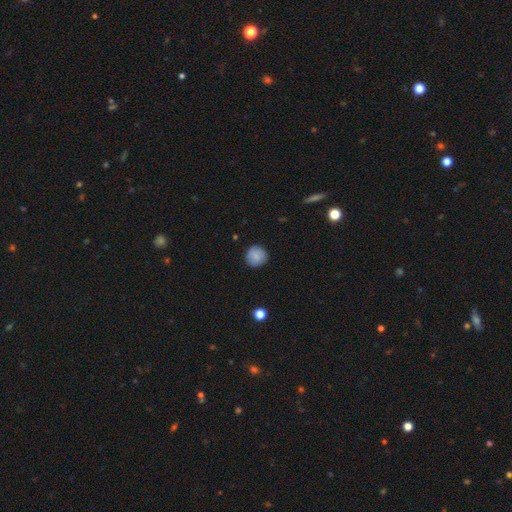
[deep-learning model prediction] A smooth galaxy with no disk features (86%) that is round (93%).

Vote fractions:
- Smooth or featured? smooth: 86% / star or artifact: 8% / featured or disk: 6%
- How rounded? round: 93% / in between: 6% / cigar-shaped: 1%
- Merging? none: 88% / minor disturbance: 9% / major disturbance: 2% / merger: 1%